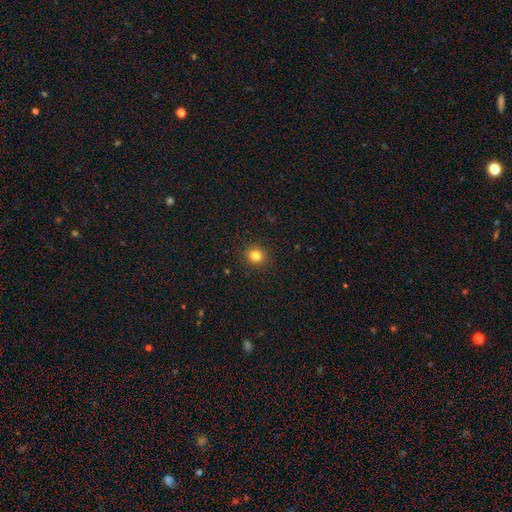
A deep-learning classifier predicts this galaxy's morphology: A smooth galaxy with no disk features (83%) that is round (83%).

Vote fractions:
- Smooth or featured? smooth: 83% / star or artifact: 12% / featured or disk: 5%
- How rounded? round: 83% / in between: 16% / cigar-shaped: 1%
- Merging? none: 91% / minor disturbance: 6% / major disturbance: 2% / merger: 1%